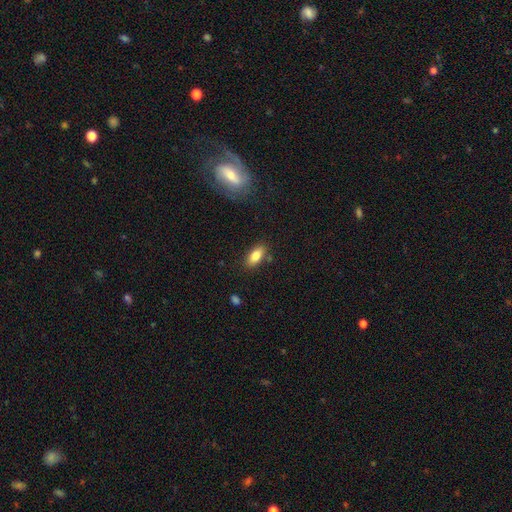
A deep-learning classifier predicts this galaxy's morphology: smooth_or_featured: smooth (p=0.82) [alt: featured or disk p=0.11]
how_rounded: in between (p=0.86) [alt: cigar-shaped p=0.11]
merging: none (p=0.82) [alt: minor disturbance p=0.12]